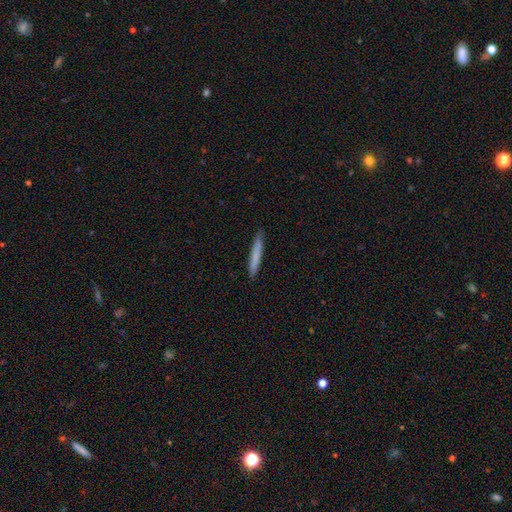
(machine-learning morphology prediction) This is likely a smooth galaxy (76%). How rounded: clearly cigar-shaped (96%). Merging: clearly none (90%).